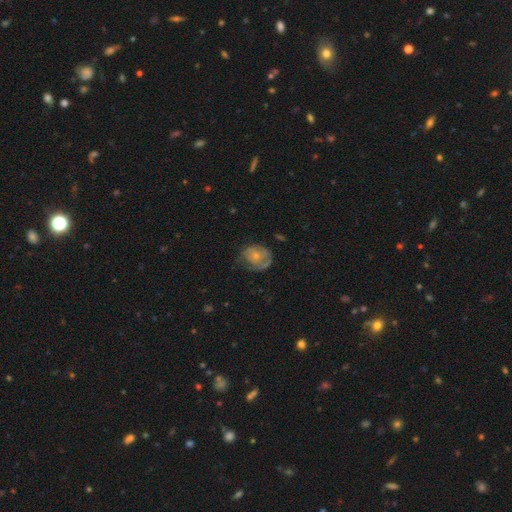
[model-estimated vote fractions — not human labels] smooth 46% (tied), featured or disk 46% (tied), star or artifact 8%. Down the decision tree: merging — none (45%).